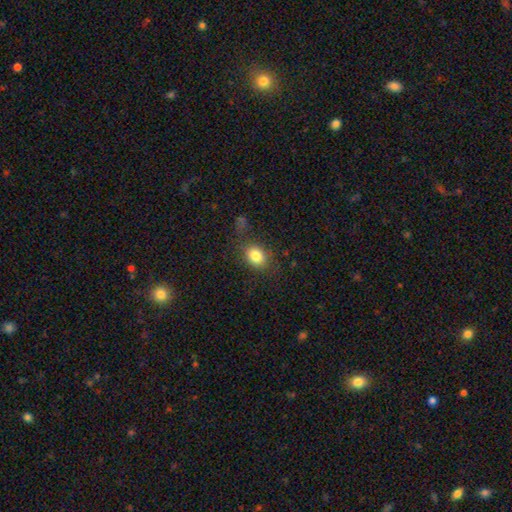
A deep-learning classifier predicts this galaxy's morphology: type=smooth (82%); roundness=in between (54%); merging=none (74%).